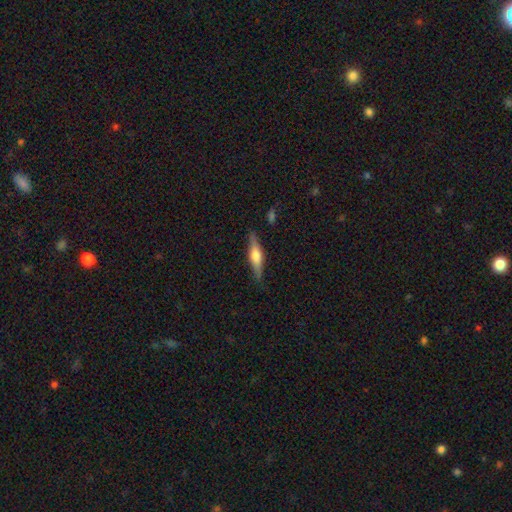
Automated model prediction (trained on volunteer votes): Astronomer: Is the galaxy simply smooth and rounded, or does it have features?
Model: featured or disk — 60%.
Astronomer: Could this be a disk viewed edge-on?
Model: yes — 96%.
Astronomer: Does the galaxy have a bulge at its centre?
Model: rounded — 81%.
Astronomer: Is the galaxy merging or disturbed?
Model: none — 86%.